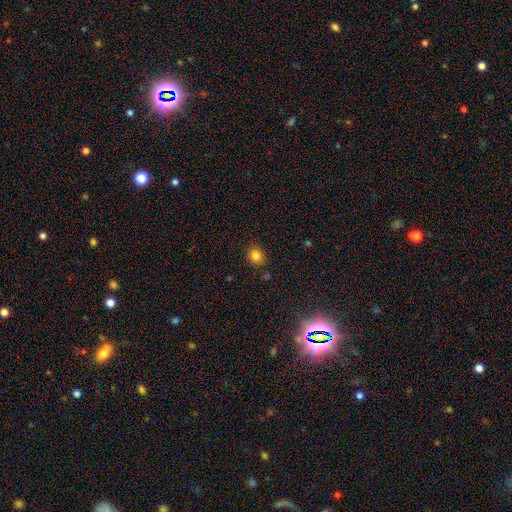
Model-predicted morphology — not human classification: This appears to be a smooth galaxy with no disk features (82%) that is round (68%). Merging: none (83%).